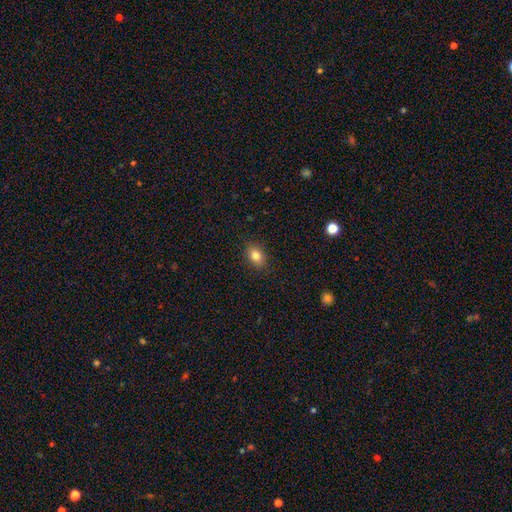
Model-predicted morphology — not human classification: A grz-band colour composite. It shows a smooth galaxy with no disk features (80%) that is in between round and cigar-shaped (77%). Merging: none (89%).